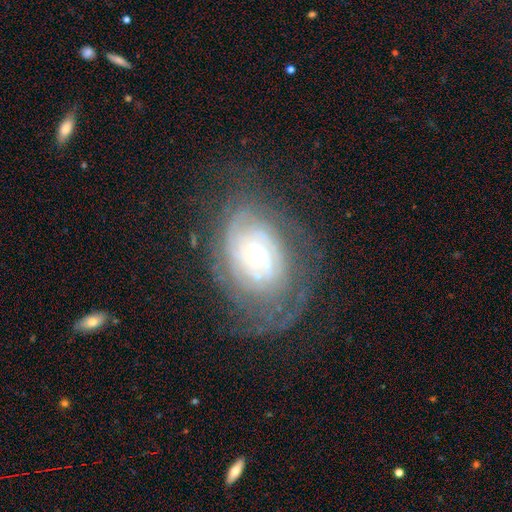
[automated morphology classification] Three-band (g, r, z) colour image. It shows a featured or disk galaxy (82%) with no bar (77%), tight (76%) spiral arms (92%) and a small central bulge (58%). Merging: none (64%).